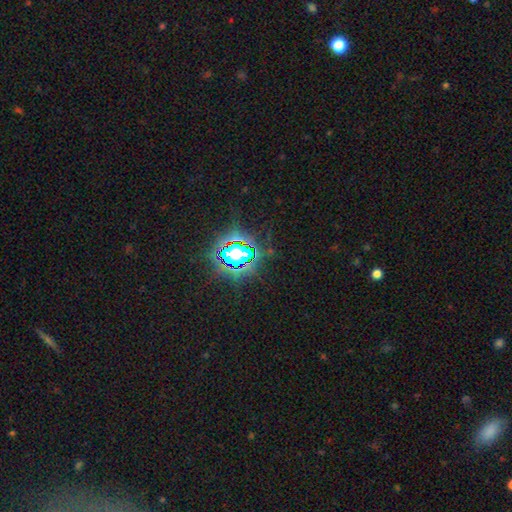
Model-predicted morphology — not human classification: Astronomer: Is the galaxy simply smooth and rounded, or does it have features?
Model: star or artifact — 81%.